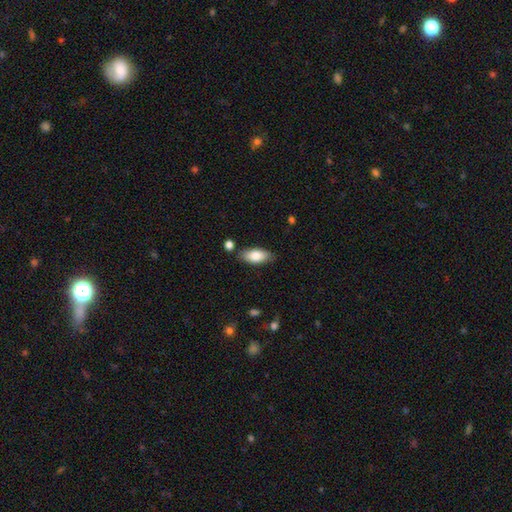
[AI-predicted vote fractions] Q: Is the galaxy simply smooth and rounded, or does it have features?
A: smooth — 82%.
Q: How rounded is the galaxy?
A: in between — 88%.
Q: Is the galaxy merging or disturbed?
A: none — 80%.